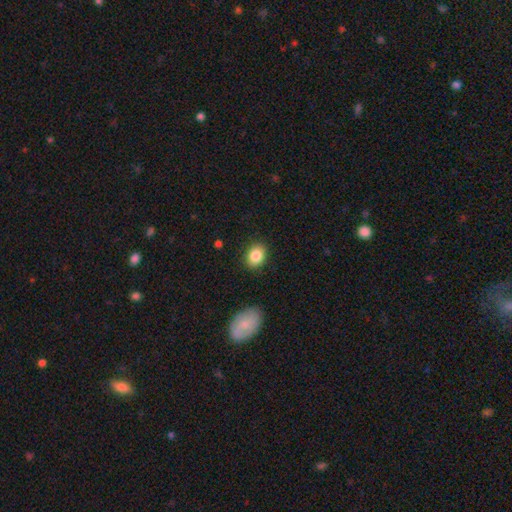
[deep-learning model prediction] smooth-or-featured: smooth: 85% | star or artifact: 8% | featured or disk: 6%
  how-rounded: in between: 61% | round: 38% | cigar-shaped: 1%
  merging: none: 88% | minor disturbance: 9% | major disturbance: 2% | merger: 1%